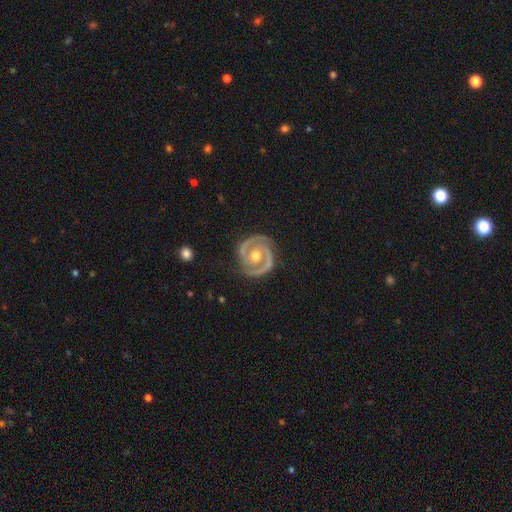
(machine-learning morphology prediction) The model was most divided on "spiral winding": tight: 60%, medium: 34%, loose: 6%. More confident: edge-on disk — no (98%); spiral arms — yes (96%); smooth or featured — featured or disk (91%); spiral arm count — 2 (91%); merging — none (83%); bulge size — moderate (77%); bar — no (64%).